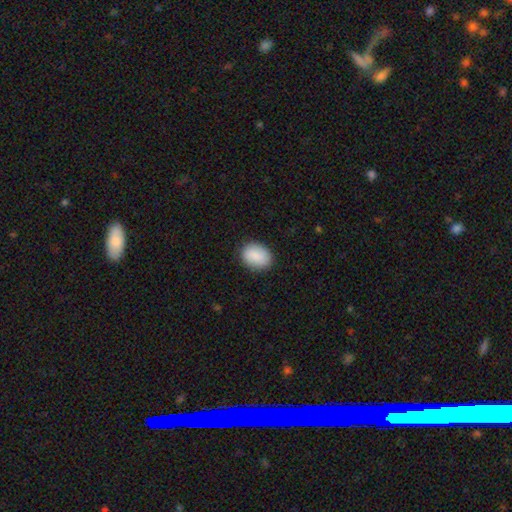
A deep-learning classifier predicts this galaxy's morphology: smooth_or_featured: smooth (p=0.89) [alt: star or artifact p=0.06]
how_rounded: in between (p=0.68) [alt: round p=0.31]
merging: none (p=0.87) [alt: minor disturbance p=0.10]